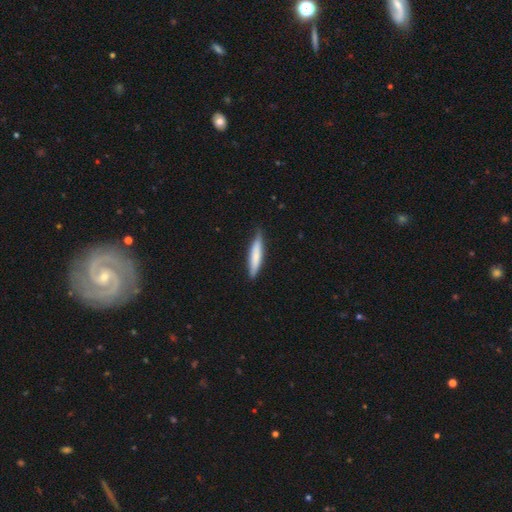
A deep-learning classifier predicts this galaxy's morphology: A smooth galaxy with no disk features (73%) that is cigar-shaped (88%). Merging: none (82%).